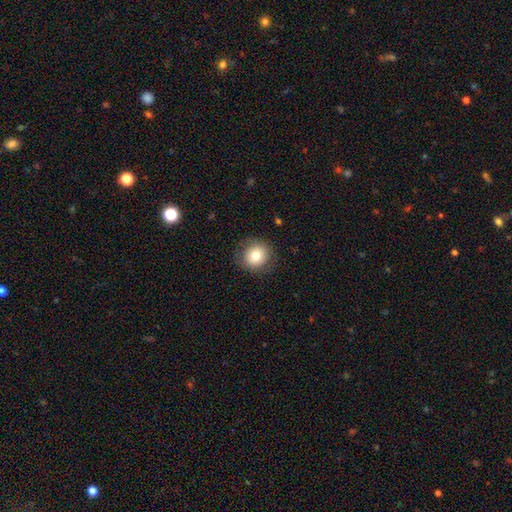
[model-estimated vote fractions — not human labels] Overall: smooth (78%). How rounded: round (86%). Merging: none (85%).